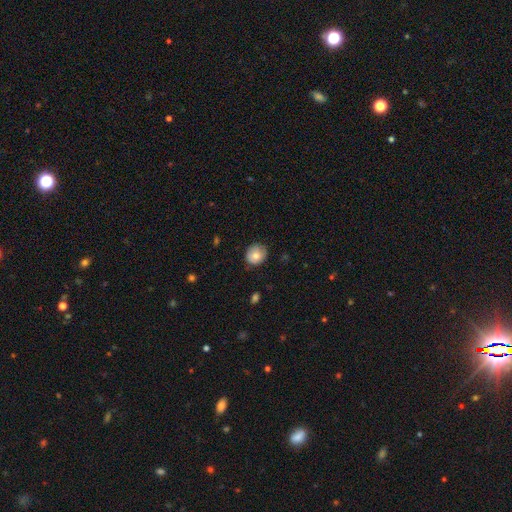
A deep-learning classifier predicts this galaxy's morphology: type=smooth (76%); roundness=round (86%); merging=none (78%).